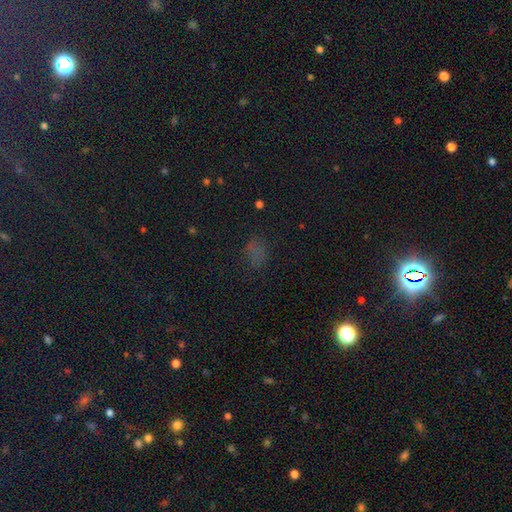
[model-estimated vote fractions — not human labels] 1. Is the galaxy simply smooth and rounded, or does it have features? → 47% star or artifact, 45% smooth, 8% featured or disk.